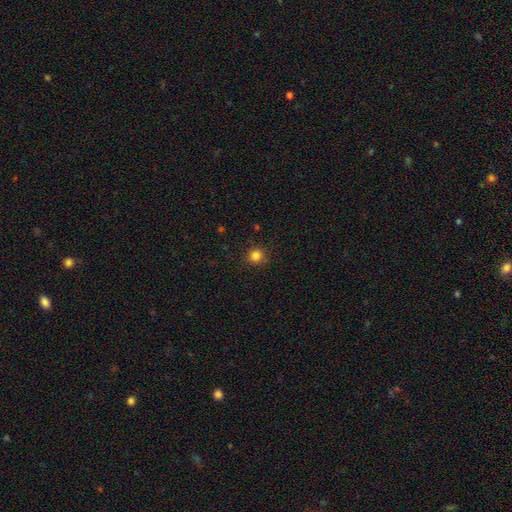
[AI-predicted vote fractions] A smooth galaxy with no disk features (83%) that is round (93%).

Vote fractions:
- Smooth or featured? smooth: 83% / star or artifact: 13% / featured or disk: 4%
- How rounded? round: 93% / in between: 6% / cigar-shaped: 1%
- Merging? none: 88% / minor disturbance: 8% / major disturbance: 2% / merger: 1%